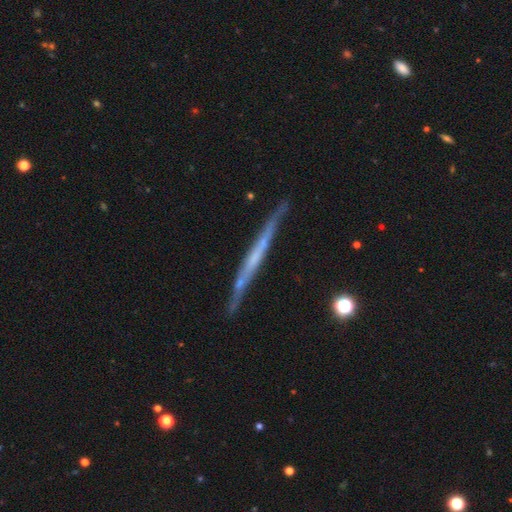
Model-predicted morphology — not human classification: The model was most divided on "smooth or featured": featured or disk: 68%, smooth: 25%, star or artifact: 6%. More confident: edge-on disk — yes (96%); merging — none (85%); edge-on bulge — none (80%).